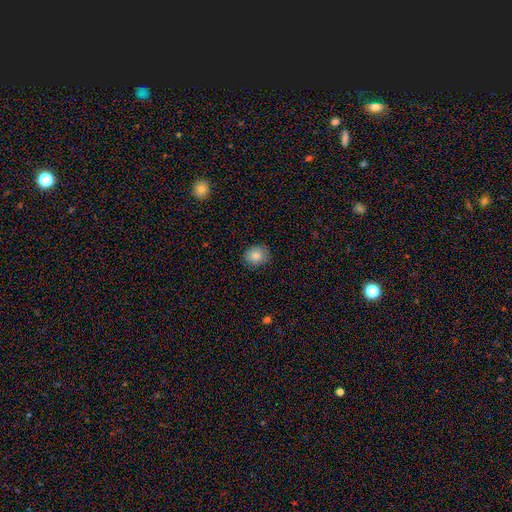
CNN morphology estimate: Smooth or featured? smooth (83%)
How rounded? round (57%)
Merging? none (84%)